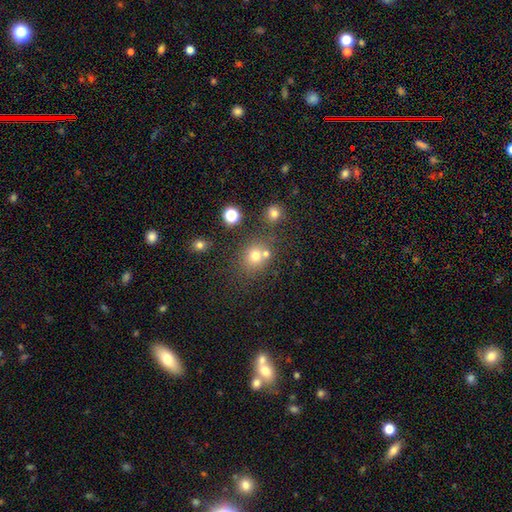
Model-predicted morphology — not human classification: Smooth or featured: smooth — 71% (star or artifact — 18%)
How rounded: round — 78% (in between — 21%)
Merging: none — 59% (merger — 26%)